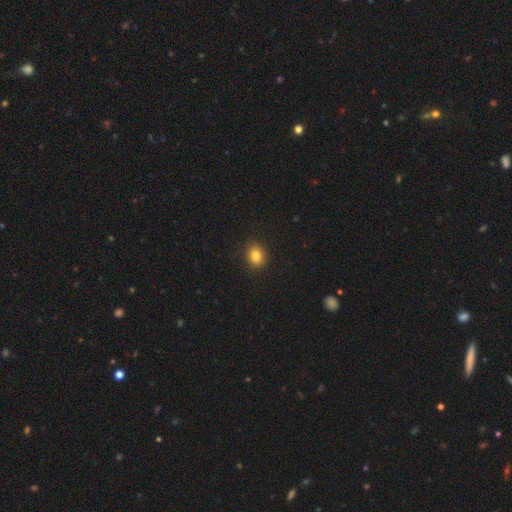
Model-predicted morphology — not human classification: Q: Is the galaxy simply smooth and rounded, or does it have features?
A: smooth — 83%.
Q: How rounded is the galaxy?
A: round — 60%.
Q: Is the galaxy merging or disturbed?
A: none — 90%.